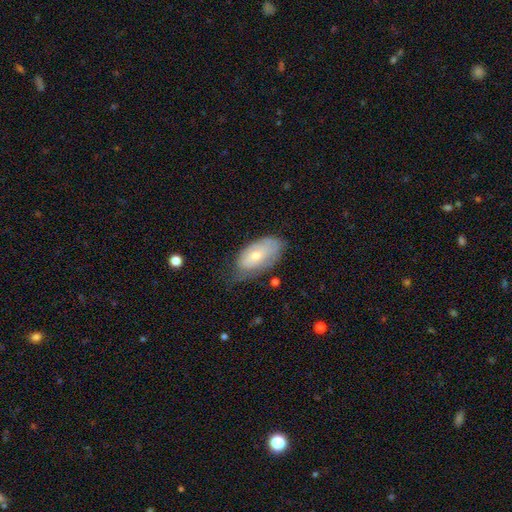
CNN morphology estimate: Smooth or featured?
  - smooth: 51% *
  - featured or disk: 43%
  - star or artifact: 7%
How rounded?
  - in between: 93% *
  - round: 4%
  - cigar-shaped: 3%
Merging?
  - none: 48% *
  - minor disturbance: 37%
  - major disturbance: 13%
  - merger: 2%